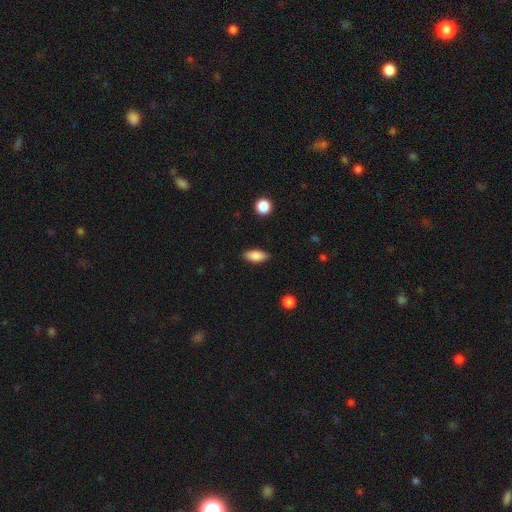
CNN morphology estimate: This is clearly a smooth galaxy (86%). How rounded: clearly in between (86%). Merging: clearly none (87%).